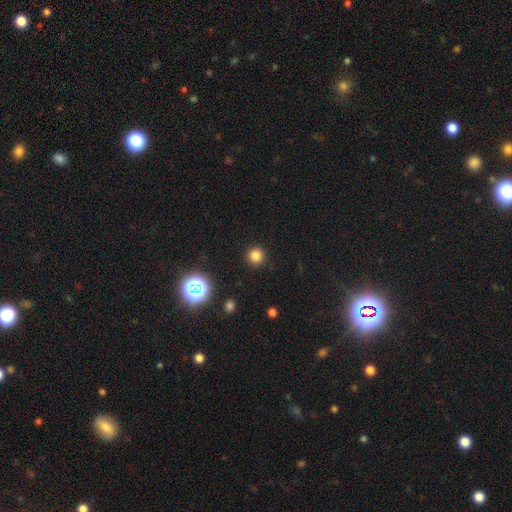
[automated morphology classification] Overall: smooth (81%). How rounded: round (95%). Merging: none (92%).